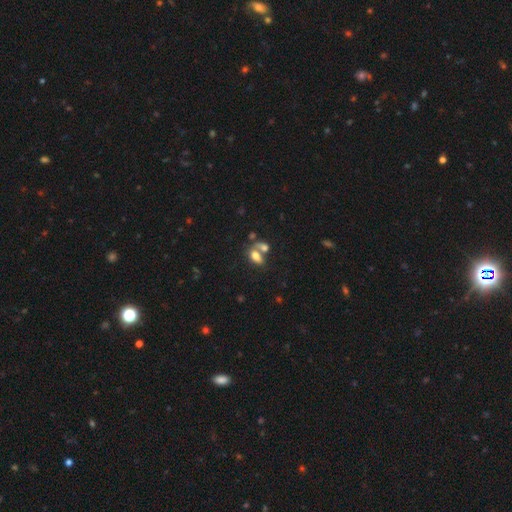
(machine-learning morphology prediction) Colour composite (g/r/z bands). It shows a smooth galaxy with no disk features (70%) that is in between round and cigar-shaped (83%). Merging: merger (49%).